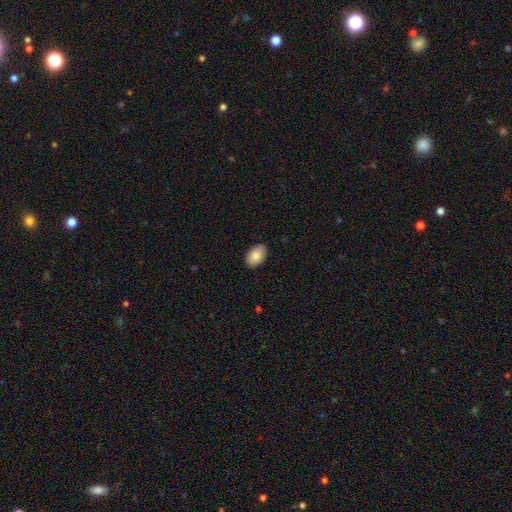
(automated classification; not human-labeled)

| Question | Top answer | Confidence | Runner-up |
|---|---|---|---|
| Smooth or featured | smooth | 86% | featured or disk (7%) |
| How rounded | in between | 91% | round (8%) |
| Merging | none | 87% | minor disturbance (11%) |